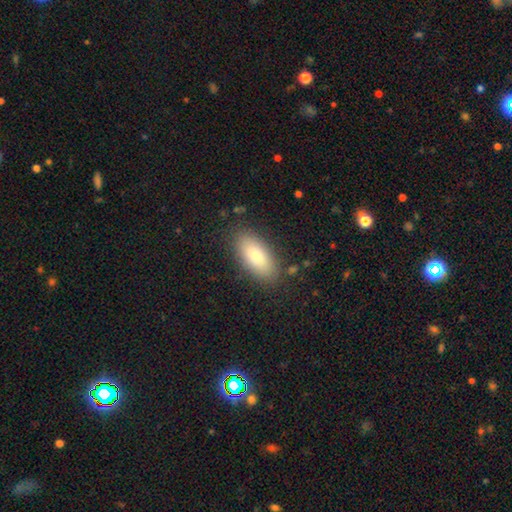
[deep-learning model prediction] Morphology: type=smooth (80%); roundness=in between (87%); merging=none (84%).